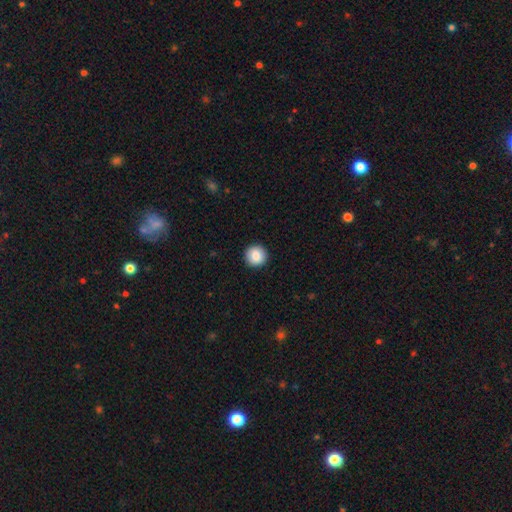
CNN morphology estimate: This is clearly a smooth galaxy (86%). How rounded: clearly round (96%). Merging: clearly none (93%).